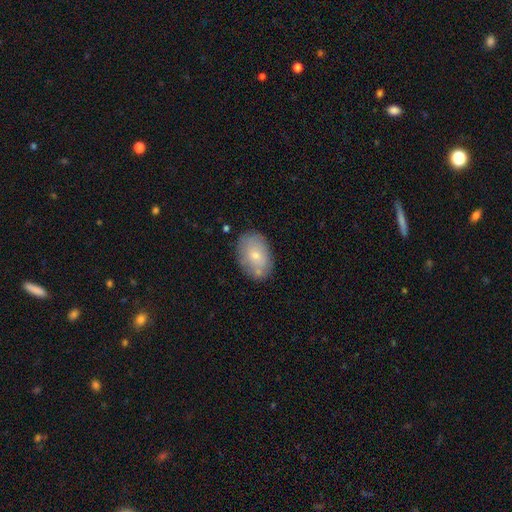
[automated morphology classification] smooth_or_featured: smooth (p=0.69) [alt: featured or disk p=0.24]
how_rounded: in between (p=0.86) [alt: round p=0.12]
merging: none (p=0.73) [alt: minor disturbance p=0.17]